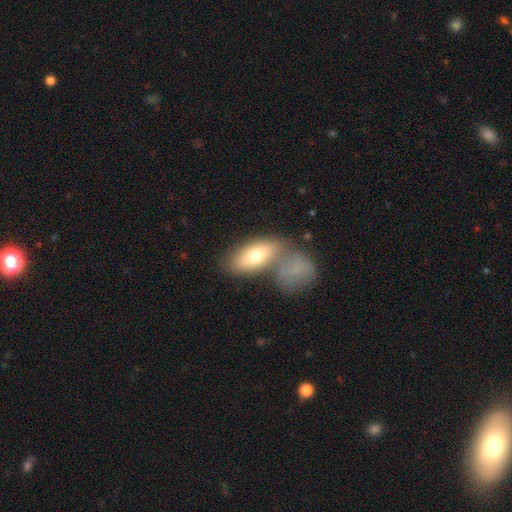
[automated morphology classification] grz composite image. It shows a smooth galaxy with no disk features (74%) that is in between round and cigar-shaped (86%). Merging: none (42%).